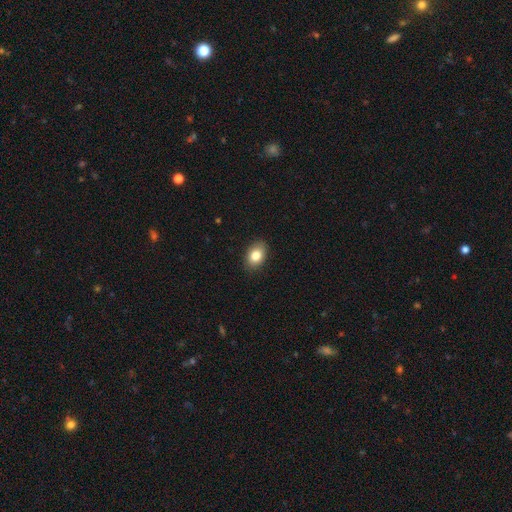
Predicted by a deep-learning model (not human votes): Smooth or featured? Predicted: smooth (p=0.83). How rounded? Predicted: in between (p=0.83). Merging? Predicted: none (p=0.88).